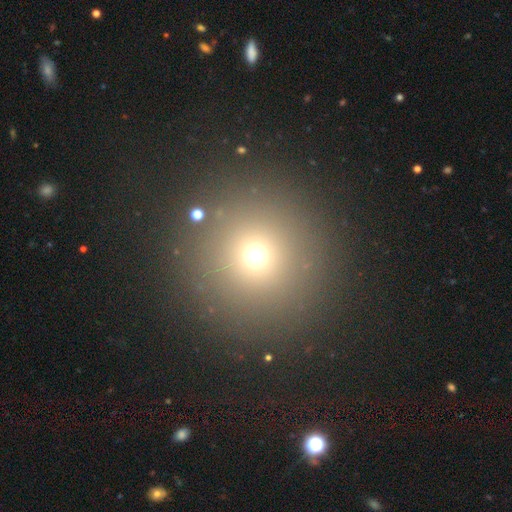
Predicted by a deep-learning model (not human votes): This is likely a smooth galaxy (67%). How rounded: clearly round (96%). Merging: clearly none (88%).